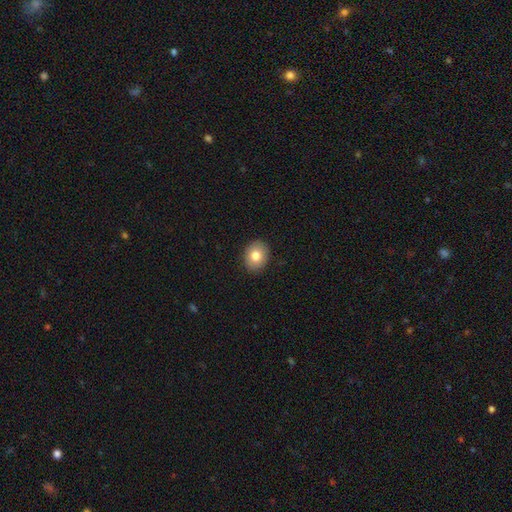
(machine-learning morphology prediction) Smooth or featured: smooth — 80% (featured or disk — 12%)
How rounded: round — 52% (in between — 47%)
Merging: none — 90% (minor disturbance — 7%)